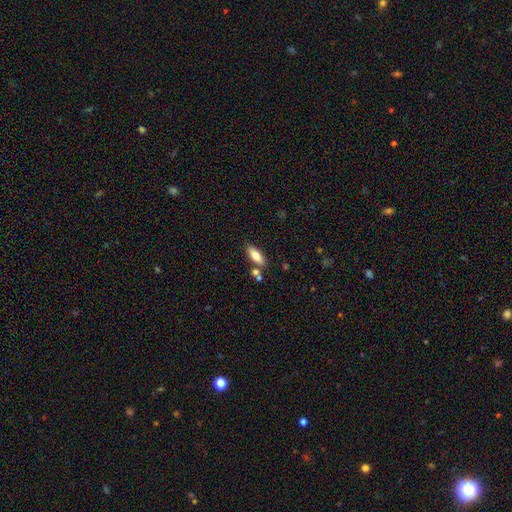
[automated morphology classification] A smooth galaxy with no disk features (76%) that is in between round and cigar-shaped (71%). Merging: none (76%).